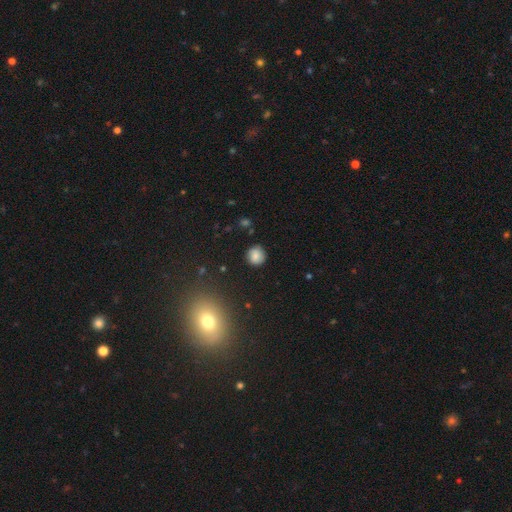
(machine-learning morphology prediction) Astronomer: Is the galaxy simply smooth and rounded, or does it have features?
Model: smooth — 79%.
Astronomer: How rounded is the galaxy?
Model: round — 91%.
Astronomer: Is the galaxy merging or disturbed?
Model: none — 85%.